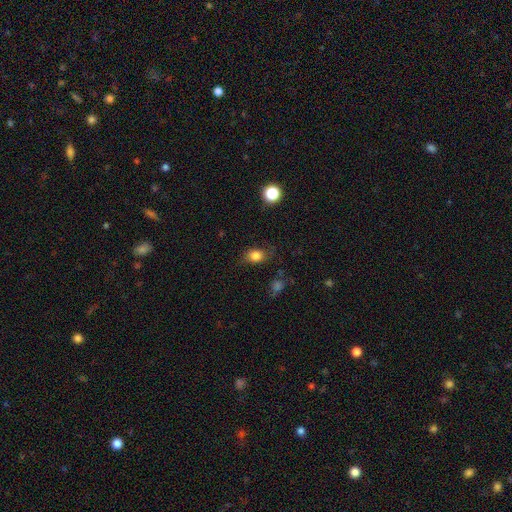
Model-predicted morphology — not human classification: type=smooth (81%); roundness=in between (62%); merging=none (71%).